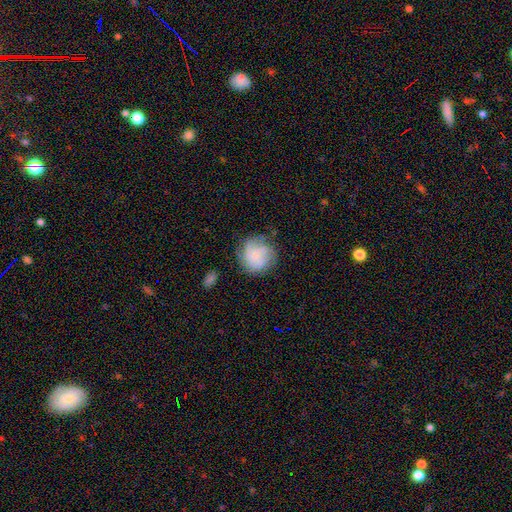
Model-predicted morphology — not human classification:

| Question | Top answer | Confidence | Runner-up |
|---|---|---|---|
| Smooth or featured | featured or disk | 48% | smooth (43%) |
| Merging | none | 67% | minor disturbance (20%) |